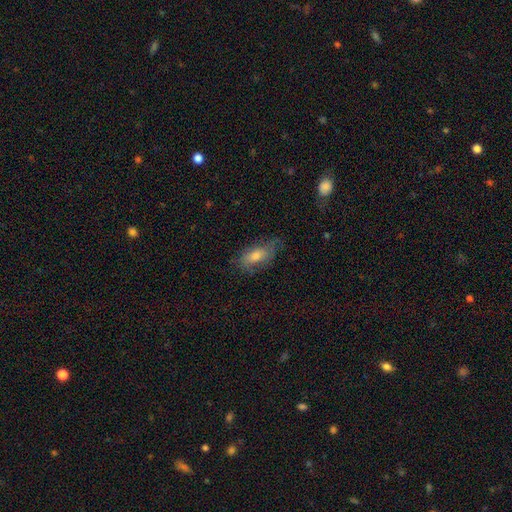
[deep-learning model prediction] Morphology: type=smooth (61%); roundness=in between (81%); merging=none (61%).